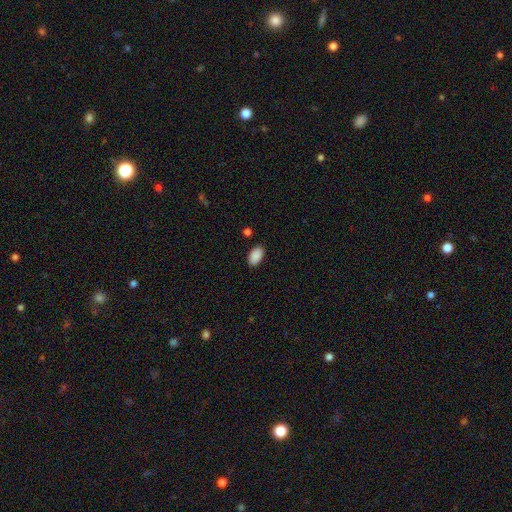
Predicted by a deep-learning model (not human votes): Smooth or featured?
  - smooth: 90% *
  - star or artifact: 7%
  - featured or disk: 3%
How rounded?
  - in between: 94% *
  - round: 5%
  - cigar-shaped: 1%
Merging?
  - none: 87% *
  - minor disturbance: 9%
  - major disturbance: 2%
  - merger: 2%